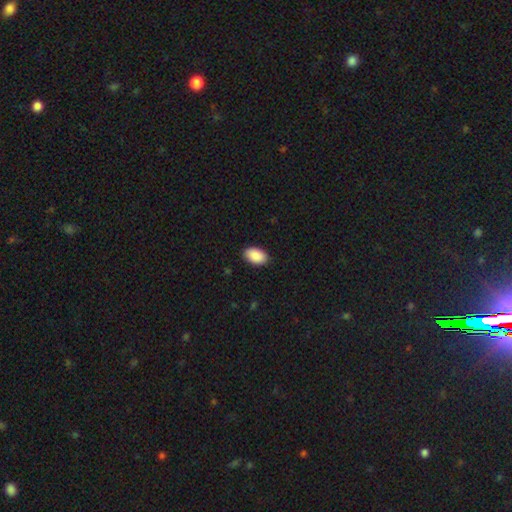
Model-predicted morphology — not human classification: smooth 91%, star or artifact 6%, featured or disk 3%. Down the decision tree: how rounded — in between (94%); merging — none (89%).